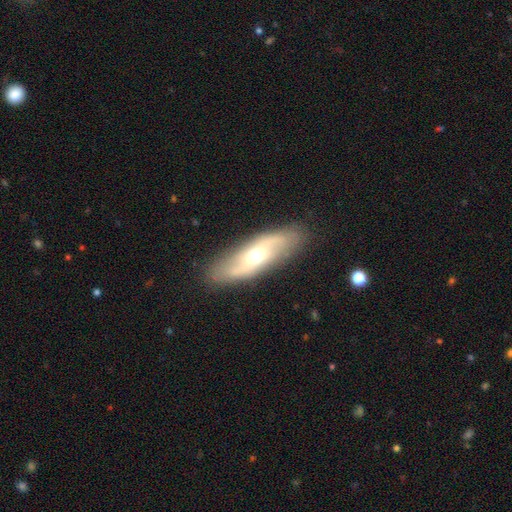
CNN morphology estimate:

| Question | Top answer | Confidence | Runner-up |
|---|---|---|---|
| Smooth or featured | featured or disk | 64% | smooth (30%) |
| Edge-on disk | no | 76% | yes (24%) |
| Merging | none | 86% | minor disturbance (10%) |